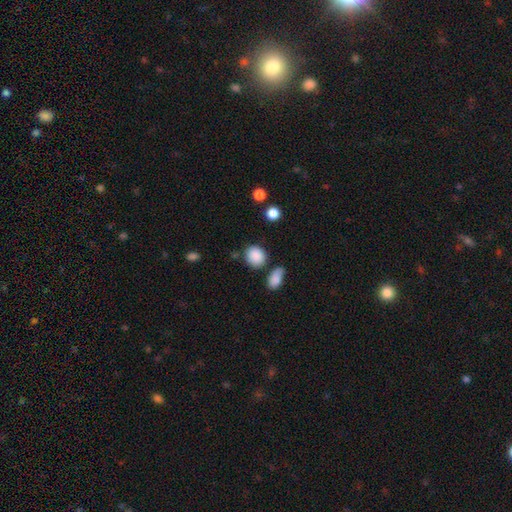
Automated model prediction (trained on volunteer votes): Q: Smooth or featured?
A: smooth (88%); runner-up: star or artifact (8%)
Q: How rounded?
A: round (72%); runner-up: in between (27%)
Q: Merging?
A: none (73%); runner-up: minor disturbance (14%)